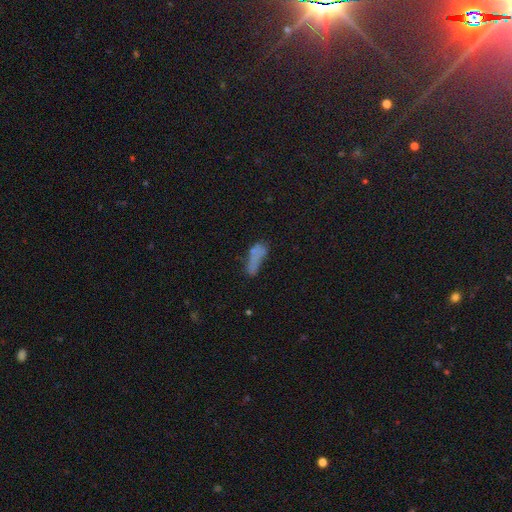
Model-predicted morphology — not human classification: smooth 56%, featured or disk 26%, star or artifact 18%. Down the decision tree: how rounded — in between (58%); merging — none (40%).